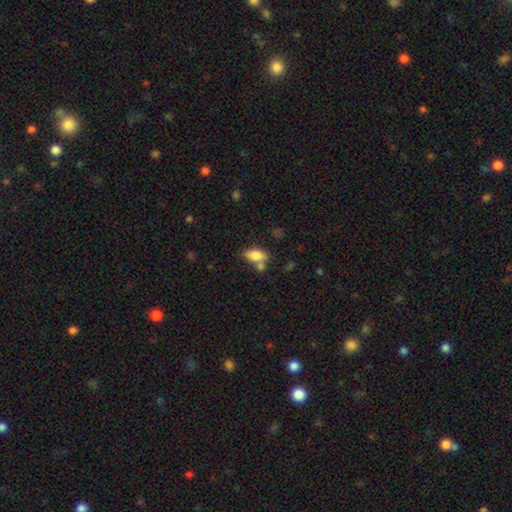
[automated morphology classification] This appears to be a smooth galaxy with no disk features (81%) that is in between round and cigar-shaped (87%). Merging: none (52%).